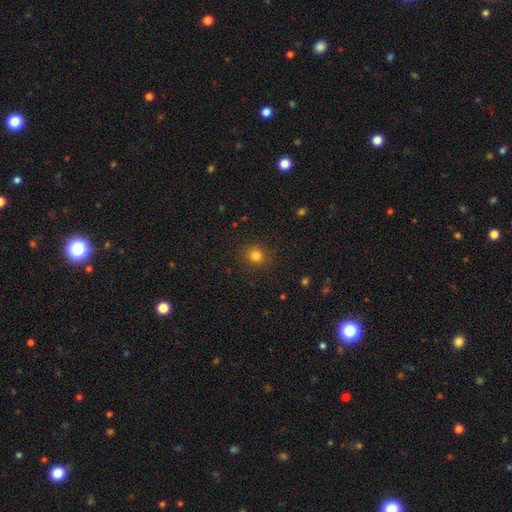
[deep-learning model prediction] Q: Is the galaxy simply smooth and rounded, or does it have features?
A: smooth — 81%.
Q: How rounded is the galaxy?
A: round — 77%.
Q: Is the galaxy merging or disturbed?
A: none — 87%.